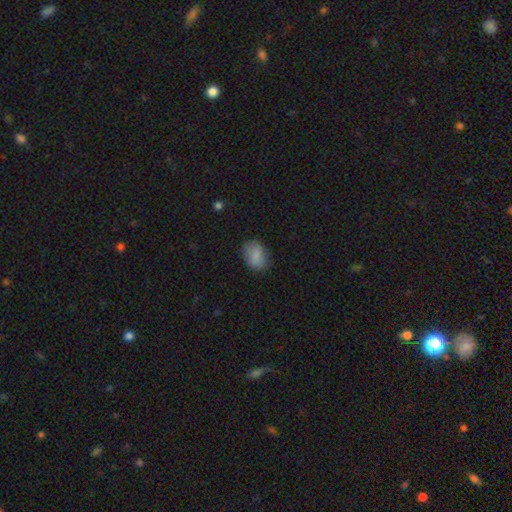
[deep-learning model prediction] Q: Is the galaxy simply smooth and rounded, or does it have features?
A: smooth — 84%.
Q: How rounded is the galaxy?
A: in between — 76%.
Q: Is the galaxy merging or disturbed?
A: none — 77%.